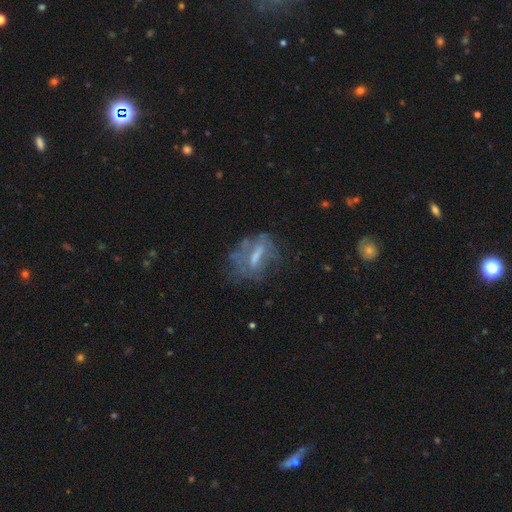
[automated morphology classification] A featured or disk galaxy (58%) with a weak bar (38%), no spiral arms (70%) and a moderate central bulge (34%). Merging: none (49%).